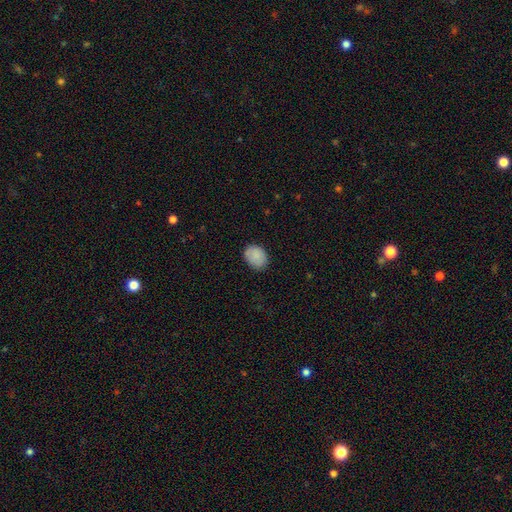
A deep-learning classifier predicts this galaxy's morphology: Smooth or featured? Predicted: smooth (p=0.87). How rounded? Predicted: in between (p=0.63). Merging? Predicted: none (p=0.82).